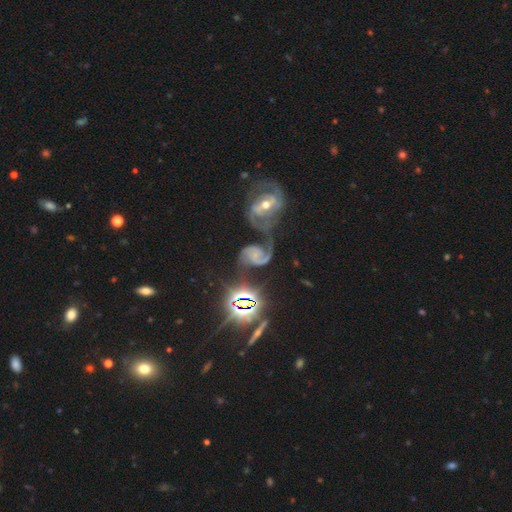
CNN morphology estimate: smooth_or_featured: featured or disk (p=0.80) [alt: star or artifact p=0.12]
disk_edge_on: no (p=0.98) [alt: yes p=0.02]
bar: no (p=0.55) [alt: weak p=0.32]
has_spiral_arms: yes (p=0.95) [alt: no p=0.05]
spiral_winding: medium (p=0.49) [alt: loose p=0.32]
spiral_arm_count: 2 (p=0.83) [alt: 1 p=0.09]
bulge_size: small (p=0.51) [alt: none p=0.22]
merging: merger (p=0.37) [alt: none p=0.30]